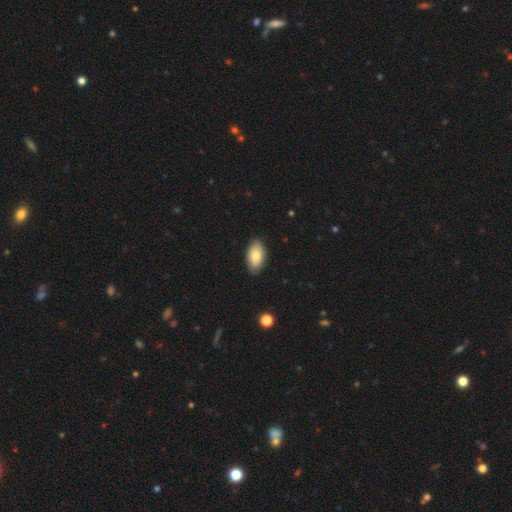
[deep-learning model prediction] A smooth galaxy with no disk features (79%) that is in between round and cigar-shaped (94%).

Vote fractions:
- Smooth or featured? smooth: 79% / featured or disk: 15% / star or artifact: 6%
- How rounded? in between: 94% / round: 3% / cigar-shaped: 2%
- Merging? none: 81% / minor disturbance: 15% / major disturbance: 2% / merger: 1%